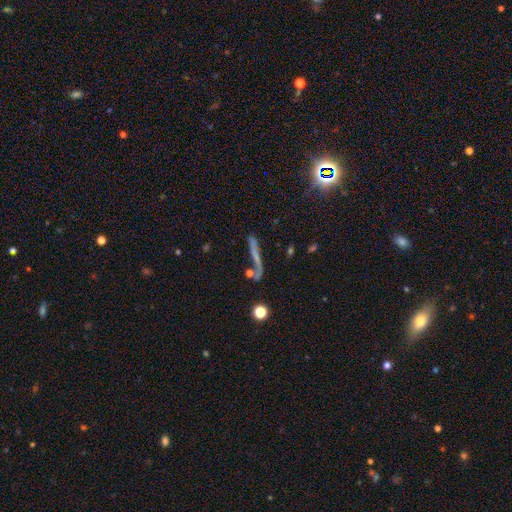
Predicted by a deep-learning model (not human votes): This appears to be a featured or disk galaxy (42%). Merging: none (58%).